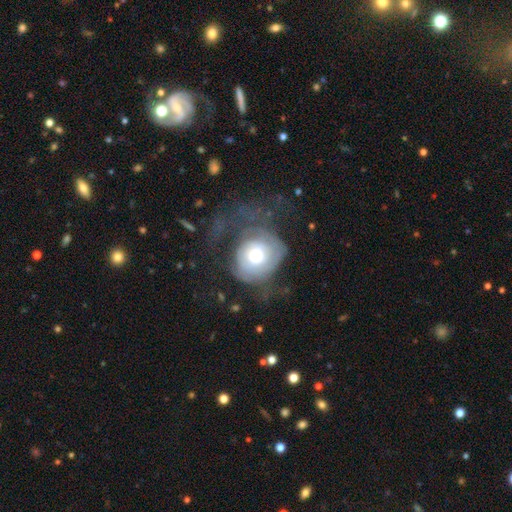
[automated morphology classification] Smooth or featured? Predicted: smooth (p=0.49). Merging? Predicted: major disturbance (p=0.51).